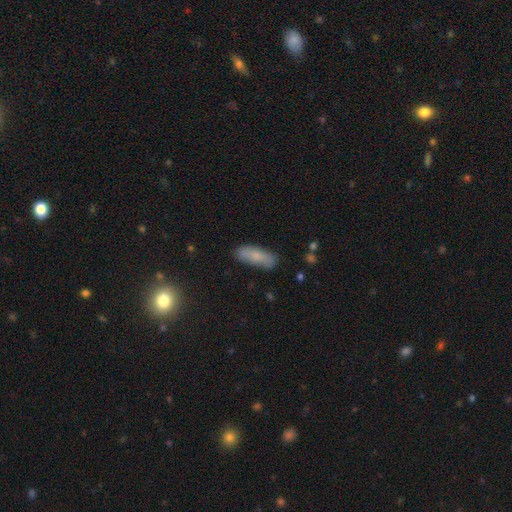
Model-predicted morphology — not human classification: A smooth galaxy with no disk features (74%) that is in between round and cigar-shaped (57%).

Vote fractions:
- Smooth or featured? smooth: 74% / featured or disk: 18% / star or artifact: 7%
- How rounded? in between: 57% / cigar-shaped: 40% / round: 2%
- Merging? none: 79% / minor disturbance: 16% / major disturbance: 3% / merger: 2%